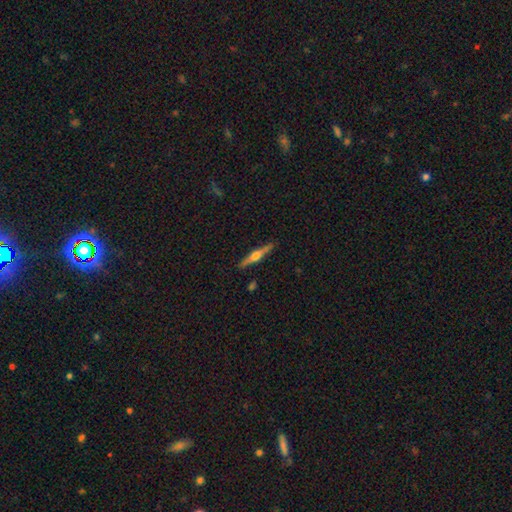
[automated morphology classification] Smooth or featured: featured or disk — 72% (smooth — 22%)
Edge-on disk: yes — 98% (no — 2%)
Edge-on bulge: rounded — 93% (boxy — 4%)
Merging: none — 90% (minor disturbance — 7%)